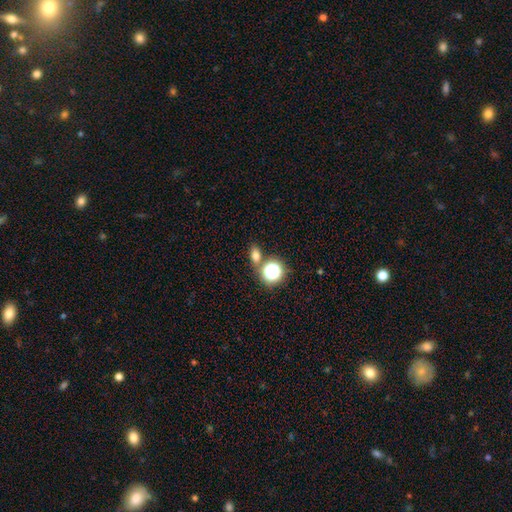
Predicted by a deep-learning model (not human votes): smooth-or-featured: smooth: 71% | star or artifact: 21% | featured or disk: 8%
  how-rounded: in between: 64% | round: 33% | cigar-shaped: 3%
  merging: none: 73% | merger: 15% | minor disturbance: 9% | major disturbance: 3%